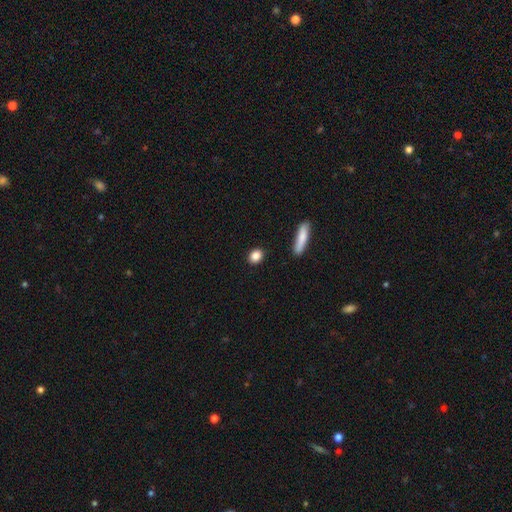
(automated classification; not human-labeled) Morphology: type=smooth (86%); roundness=round (52%); merging=none (89%).